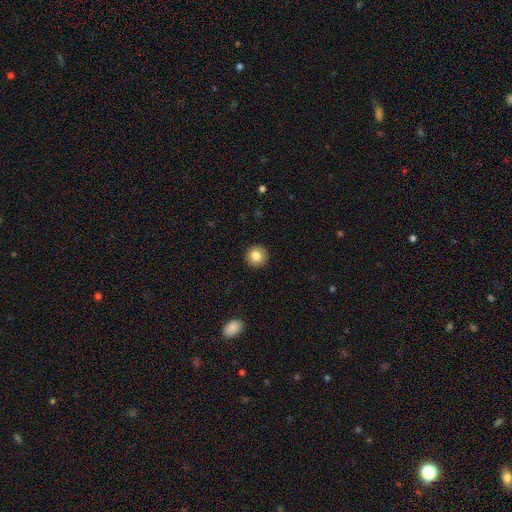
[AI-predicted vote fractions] Smooth or featured? Predicted: smooth (p=0.83). How rounded? Predicted: round (p=0.95). Merging? Predicted: none (p=0.93).